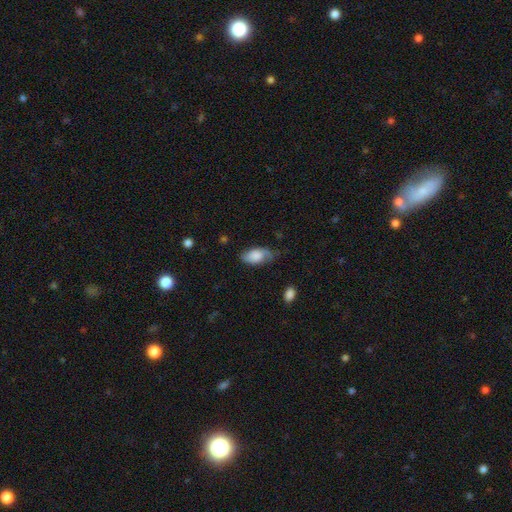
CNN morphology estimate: This is likely a smooth galaxy (64%). How rounded: clearly in between (91%). Merging: likely none (60%).